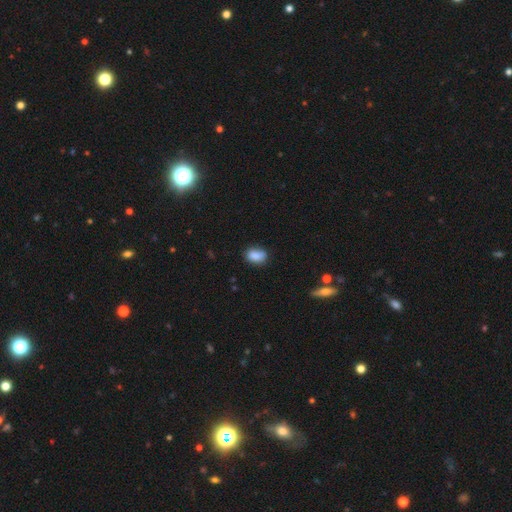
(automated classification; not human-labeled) Smooth or featured? smooth (84%)
How rounded? in between (73%)
Merging? none (69%)